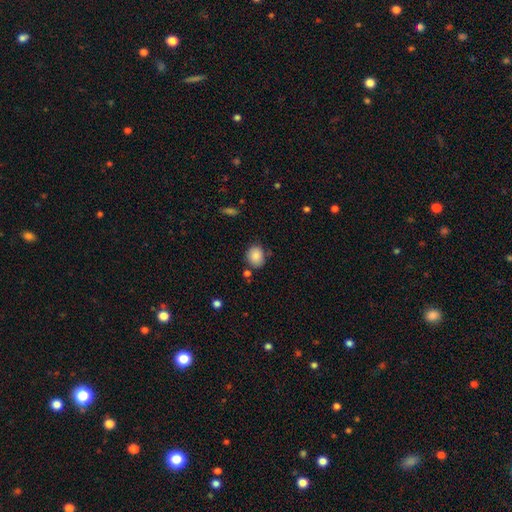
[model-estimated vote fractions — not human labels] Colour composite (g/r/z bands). It shows a smooth galaxy with no disk features (86%) that is round (55%). Merging: none (74%).